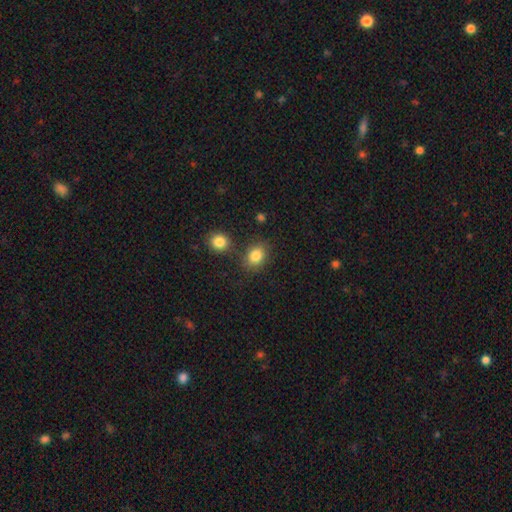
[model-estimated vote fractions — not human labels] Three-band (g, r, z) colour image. It shows a smooth galaxy with no disk features (83%) that is round (53%). Merging: none (74%).